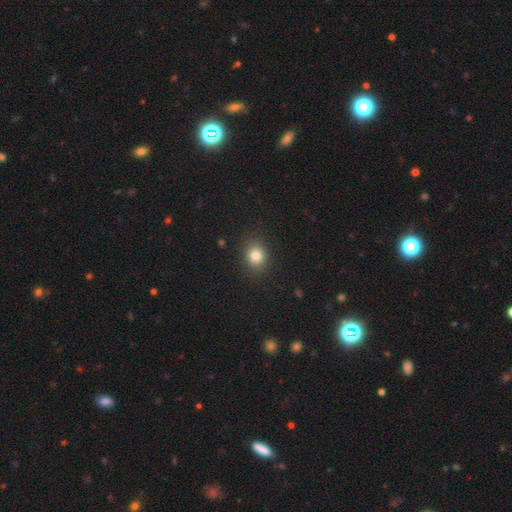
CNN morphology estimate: smooth_or_featured: smooth (p=0.82) [alt: star or artifact p=0.12]
how_rounded: round (p=0.64) [alt: in between p=0.35]
merging: none (p=0.87) [alt: minor disturbance p=0.09]